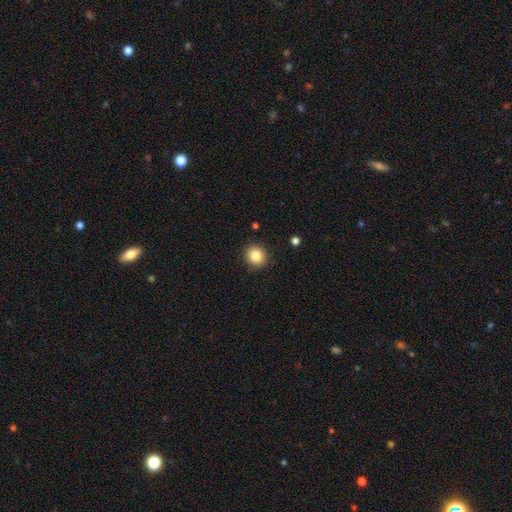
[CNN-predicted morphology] This is clearly a smooth galaxy (84%). How rounded: clearly round (85%). Merging: clearly none (90%).